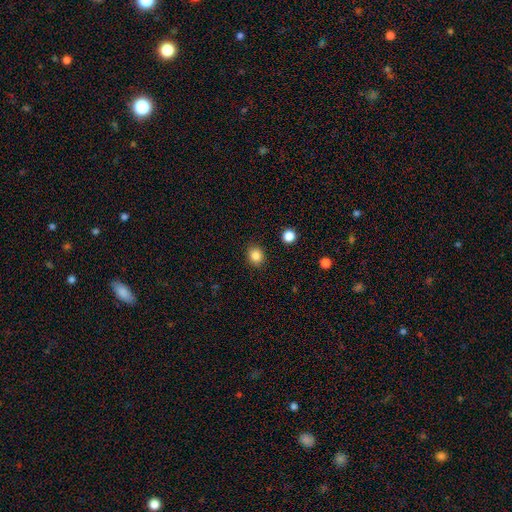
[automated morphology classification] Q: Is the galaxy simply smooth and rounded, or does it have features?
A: smooth — 86%.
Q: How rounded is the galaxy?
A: round — 71%.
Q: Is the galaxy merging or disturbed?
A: none — 89%.